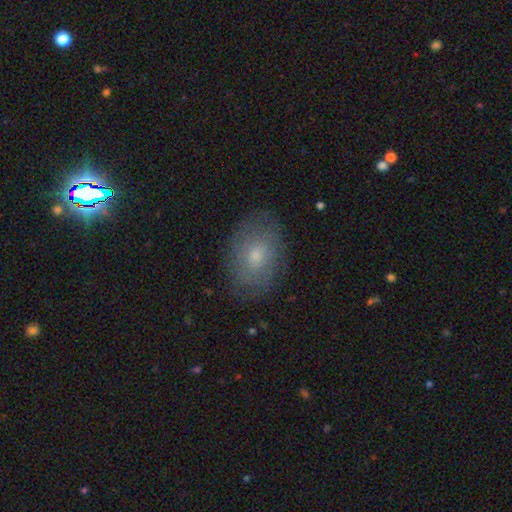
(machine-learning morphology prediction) Q: Smooth or featured?
A: smooth (51%); runner-up: featured or disk (38%)
Q: How rounded?
A: in between (81%); runner-up: round (18%)
Q: Merging?
A: none (79%); runner-up: minor disturbance (15%)